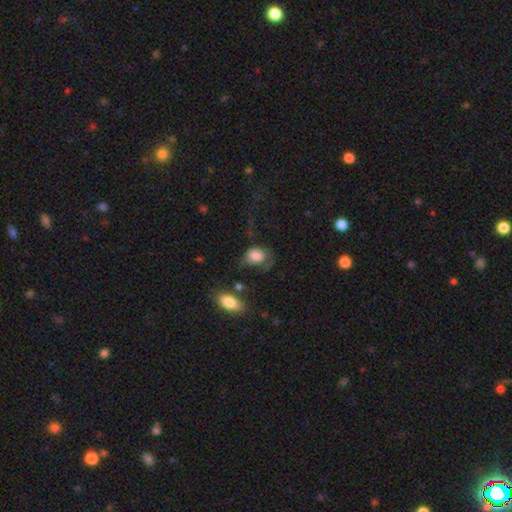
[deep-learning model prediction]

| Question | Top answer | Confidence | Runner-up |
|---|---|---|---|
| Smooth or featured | smooth | 69% | featured or disk (22%) |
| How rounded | in between | 73% | round (25%) |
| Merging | major disturbance | 45% | none (25%) |